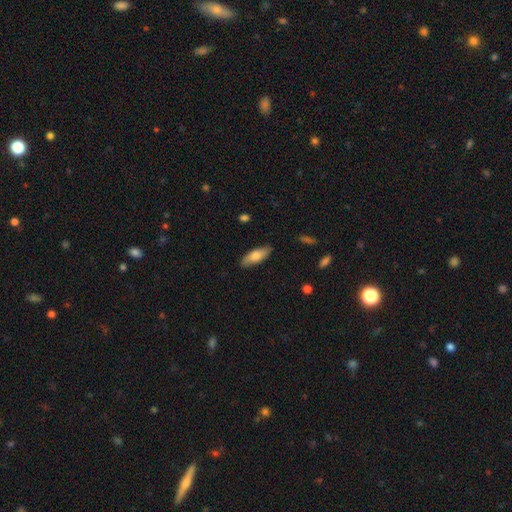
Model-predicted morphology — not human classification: A smooth galaxy with no disk features (73%) that is in between round and cigar-shaped (64%).

Vote fractions:
- Smooth or featured? smooth: 73% / featured or disk: 21% / star or artifact: 6%
- How rounded? in between: 64% / cigar-shaped: 34% / round: 2%
- Merging? none: 84% / minor disturbance: 13% / major disturbance: 2% / merger: 1%